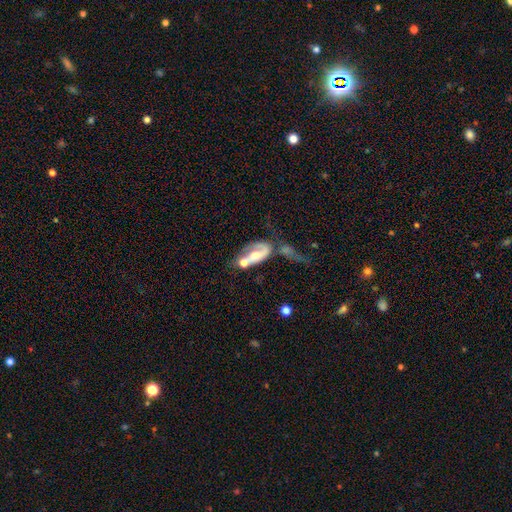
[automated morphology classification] This is likely a featured or disk galaxy (62%). It is clearly not viewed edge-on (93%). Bar: likely no (60%). Spiral arm pattern: likely yes (71%). Central bulge: possibly moderate (49%). Merging: possibly merger (50%).